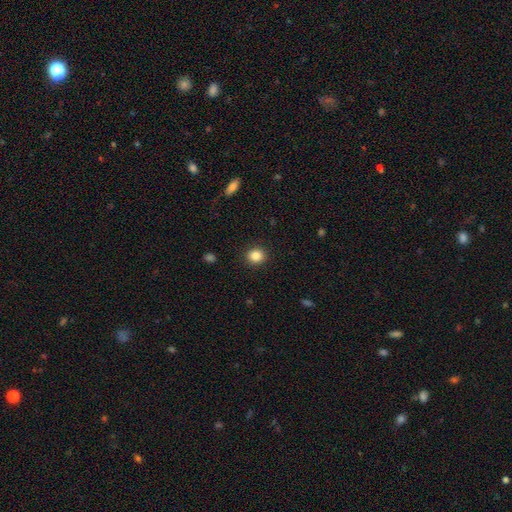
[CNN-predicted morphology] Smooth or featured?
  - smooth: 86% *
  - star or artifact: 10%
  - featured or disk: 4%
How rounded?
  - round: 82% *
  - in between: 17%
  - cigar-shaped: 1%
Merging?
  - none: 90% *
  - minor disturbance: 6%
  - major disturbance: 2%
  - merger: 1%